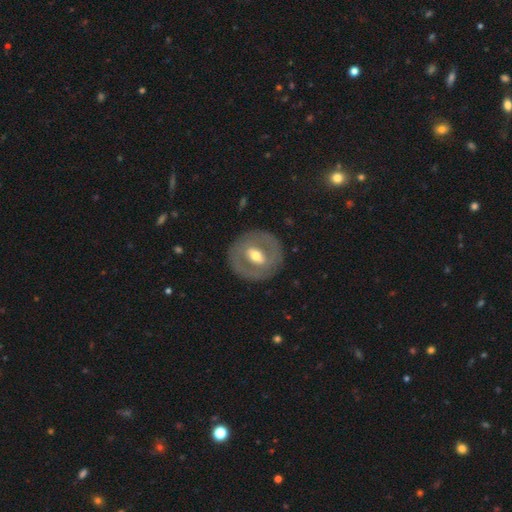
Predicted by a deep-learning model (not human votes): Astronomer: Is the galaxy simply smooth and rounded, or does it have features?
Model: featured or disk — 61%.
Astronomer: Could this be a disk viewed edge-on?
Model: no — 93%.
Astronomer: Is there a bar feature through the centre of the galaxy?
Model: weak — 37% (runner-up: strong, 32%).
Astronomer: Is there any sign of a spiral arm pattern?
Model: no — 80%.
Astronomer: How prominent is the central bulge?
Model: moderate — 70%.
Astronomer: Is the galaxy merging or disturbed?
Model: none — 83%.